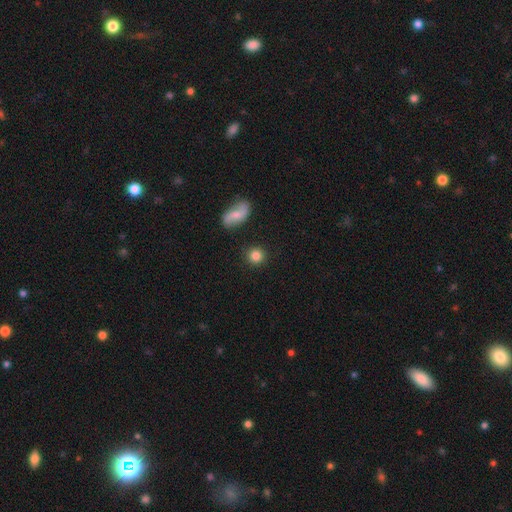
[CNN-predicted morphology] smooth 83%, star or artifact 10%, featured or disk 8%. Down the decision tree: how rounded — round (90%); merging — none (87%).